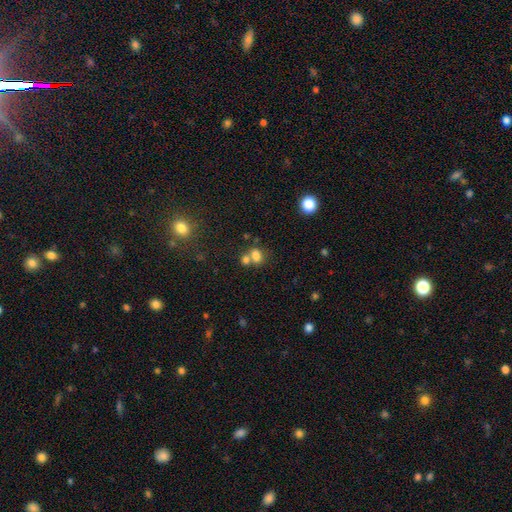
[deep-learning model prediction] Smooth or featured? smooth (77%)
How rounded? in between (60%)
Merging? merger (46%)